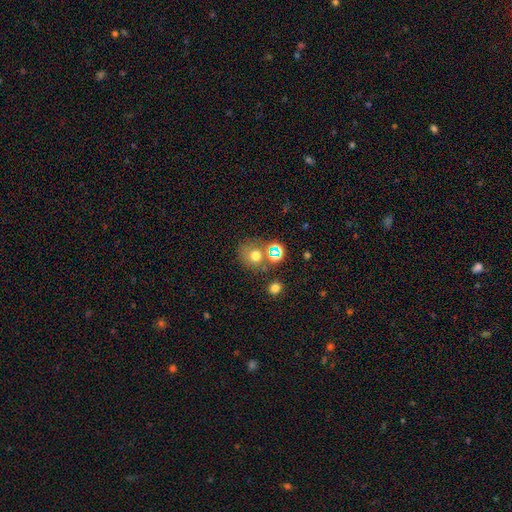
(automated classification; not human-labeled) The model was most divided on "merging": none: 59%, merger: 22%, minor disturbance: 12%, major disturbance: 7%. More confident: how rounded — round (74%); smooth or featured — smooth (65%).